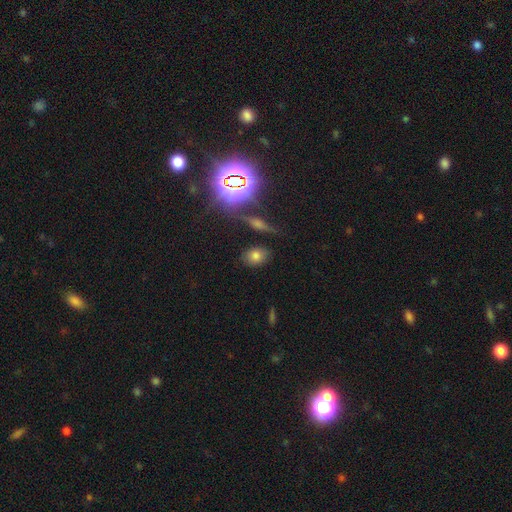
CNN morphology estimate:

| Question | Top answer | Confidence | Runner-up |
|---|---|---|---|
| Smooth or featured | smooth | 70% | star or artifact (19%) |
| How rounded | in between | 67% | round (30%) |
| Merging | none | 81% | minor disturbance (12%) |